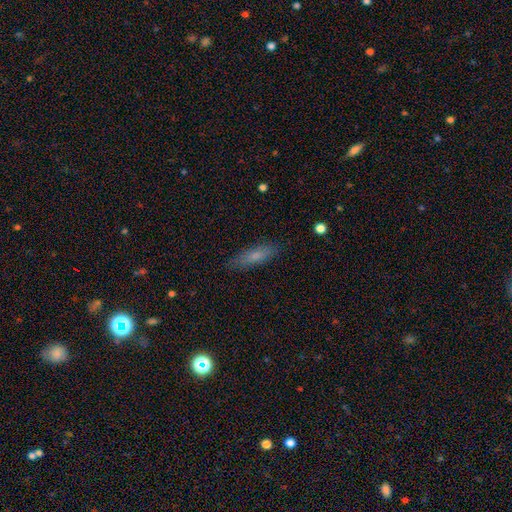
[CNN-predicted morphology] Smooth or featured? Predicted: smooth (p=0.71). How rounded? Predicted: cigar-shaped (p=0.62). Merging? Predicted: none (p=0.85).